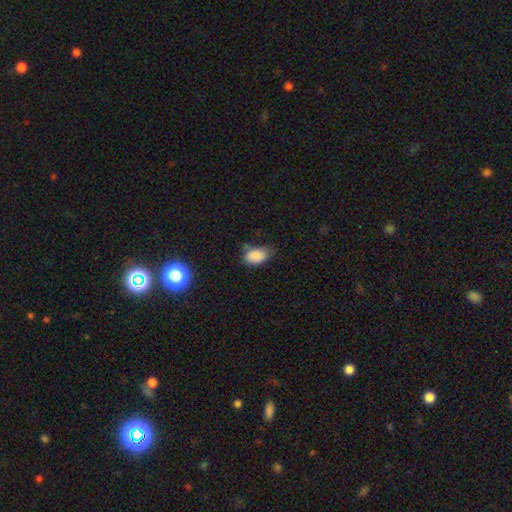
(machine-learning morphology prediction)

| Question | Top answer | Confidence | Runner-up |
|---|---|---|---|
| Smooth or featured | smooth | 85% | star or artifact (9%) |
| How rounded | in between | 89% | round (9%) |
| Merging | none | 50% | minor disturbance (37%) |